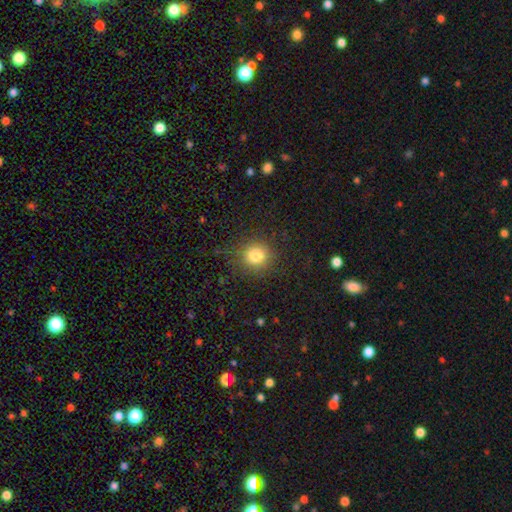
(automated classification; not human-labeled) The model was most divided on "smooth or featured": smooth: 81%, star or artifact: 13%, featured or disk: 6%. More confident: how rounded — round (88%); merging — none (84%).